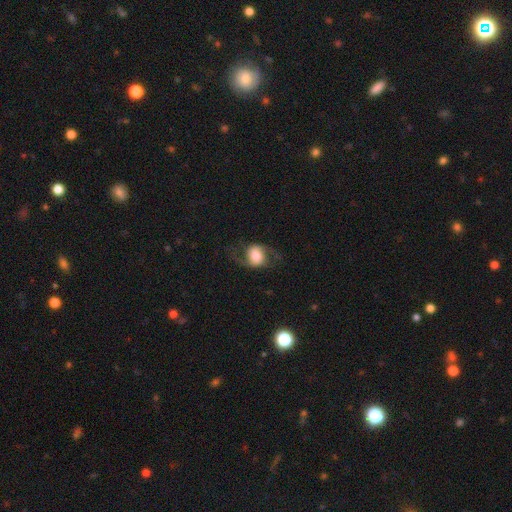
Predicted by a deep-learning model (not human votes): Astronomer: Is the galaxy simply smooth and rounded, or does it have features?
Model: featured or disk — 66%.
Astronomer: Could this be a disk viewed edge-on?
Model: no — 95%.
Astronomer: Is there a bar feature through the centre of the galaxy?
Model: no — 56% (runner-up: weak, 31%).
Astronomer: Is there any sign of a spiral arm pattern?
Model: yes — 89%.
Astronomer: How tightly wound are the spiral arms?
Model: loose — 62%.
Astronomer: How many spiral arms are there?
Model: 2 — 92%.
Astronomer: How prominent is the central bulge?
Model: large — 35% (runner-up: moderate, 32%).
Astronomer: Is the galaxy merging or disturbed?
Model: none — 68%.